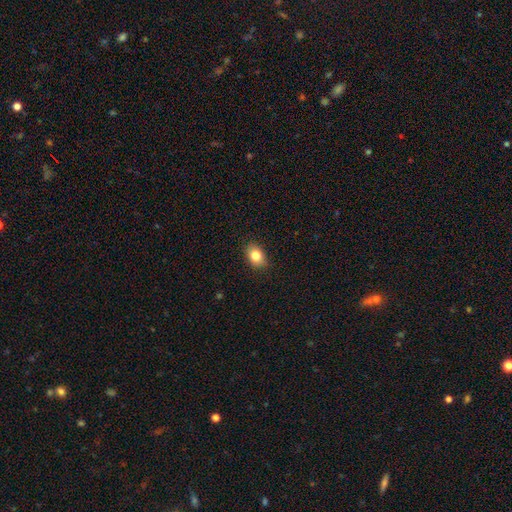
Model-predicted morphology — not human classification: Overall: smooth (84%). How rounded: in between (73%). Merging: none (86%).